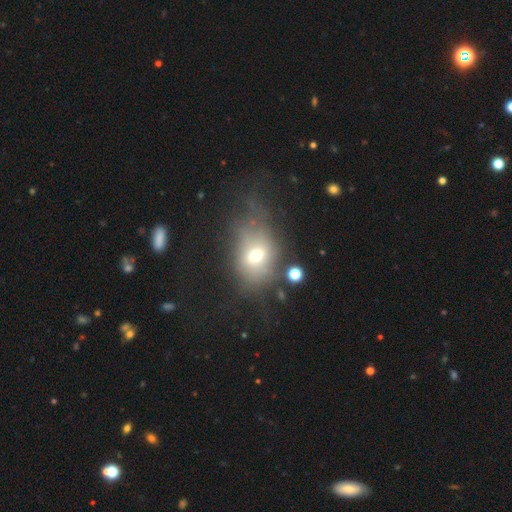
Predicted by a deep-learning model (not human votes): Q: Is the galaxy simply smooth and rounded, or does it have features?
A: smooth — 59%.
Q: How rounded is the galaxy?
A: in between — 55%.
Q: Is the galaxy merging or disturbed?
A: none — 36%.